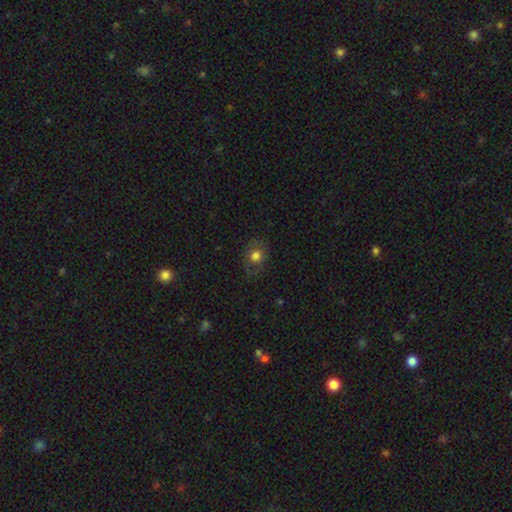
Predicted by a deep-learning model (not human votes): A smooth galaxy with no disk features (67%) that is round (59%). Merging: none (73%).